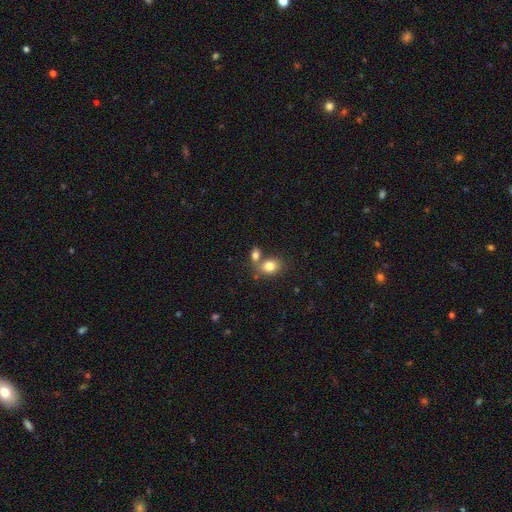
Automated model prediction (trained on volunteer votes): This appears to be a smooth galaxy with no disk features (80%) that is in between round and cigar-shaped (66%). Merging: merger (44%).